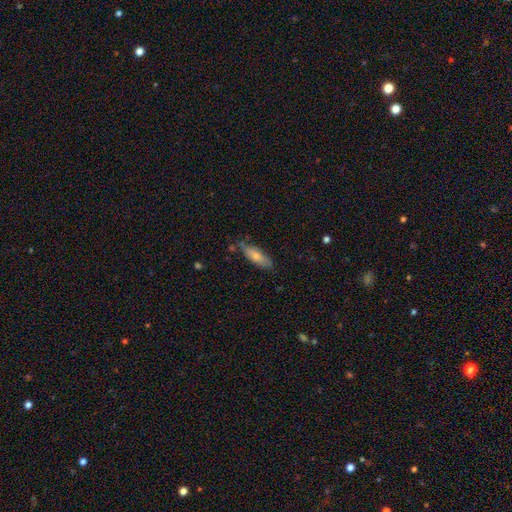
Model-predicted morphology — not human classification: smooth_or_featured: smooth (p=0.62) [alt: featured or disk p=0.30]
how_rounded: cigar-shaped (p=0.54) [alt: in between p=0.44]
merging: none (p=0.77) [alt: minor disturbance p=0.17]